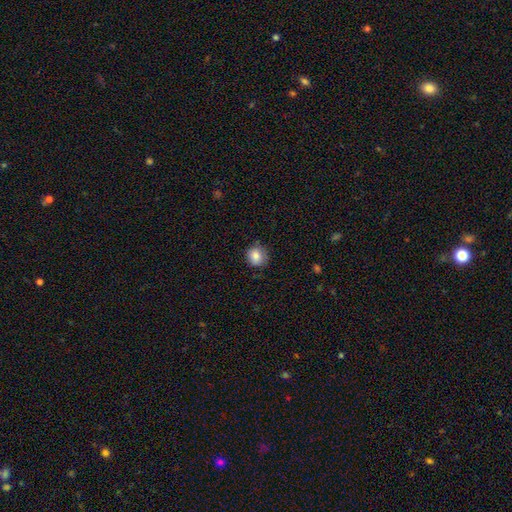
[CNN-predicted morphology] A smooth galaxy with no disk features (84%) that is round (88%). Merging: none (81%).